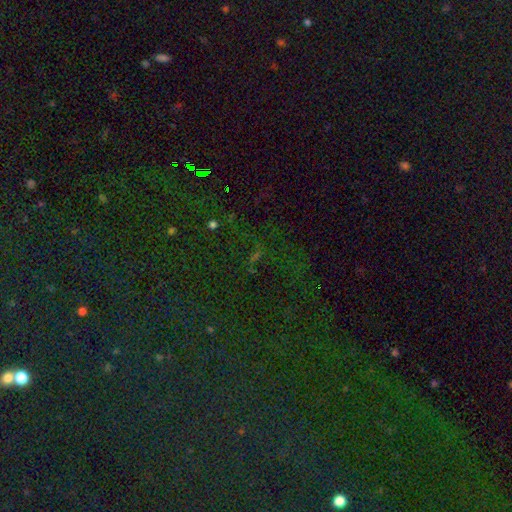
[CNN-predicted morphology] Smooth or featured? star or artifact (73%)